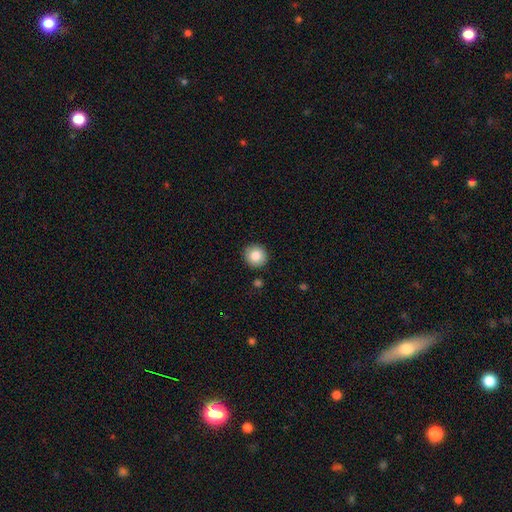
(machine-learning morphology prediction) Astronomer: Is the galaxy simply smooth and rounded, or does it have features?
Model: smooth — 85%.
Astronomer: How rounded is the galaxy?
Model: round — 93%.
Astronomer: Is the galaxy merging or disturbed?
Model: none — 90%.